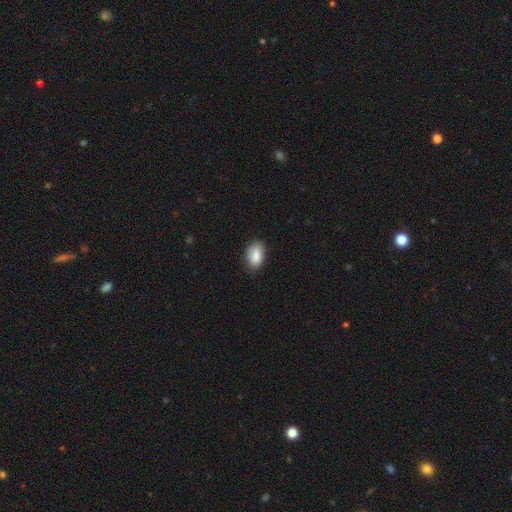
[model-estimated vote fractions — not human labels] Morphology: type=smooth (86%); roundness=in between (91%); merging=none (80%).